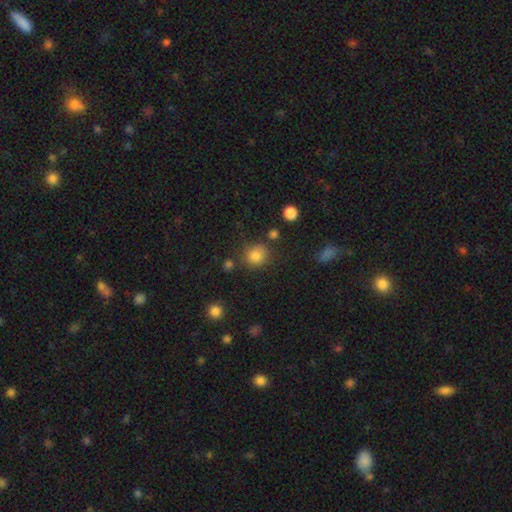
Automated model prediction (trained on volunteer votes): Smooth or featured? Predicted: smooth (p=0.81). How rounded? Predicted: round (p=0.78). Merging? Predicted: none (p=0.75).